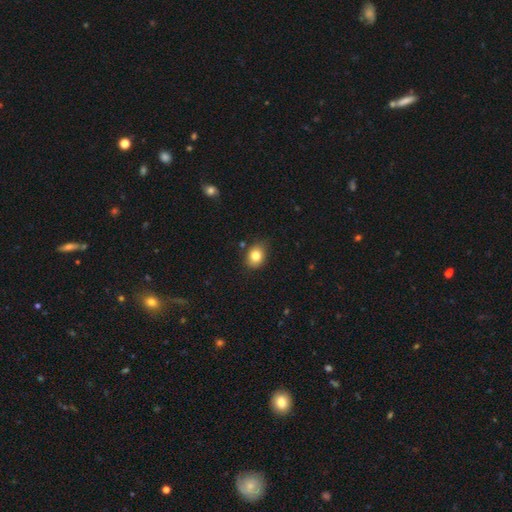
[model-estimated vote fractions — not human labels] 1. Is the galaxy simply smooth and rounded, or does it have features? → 81% smooth, 10% star or artifact, 9% featured or disk.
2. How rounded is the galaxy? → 50% in between, 49% round, 1% cigar-shaped.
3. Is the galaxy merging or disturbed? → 80% none, 15% minor disturbance, 3% major disturbance, 2% merger.